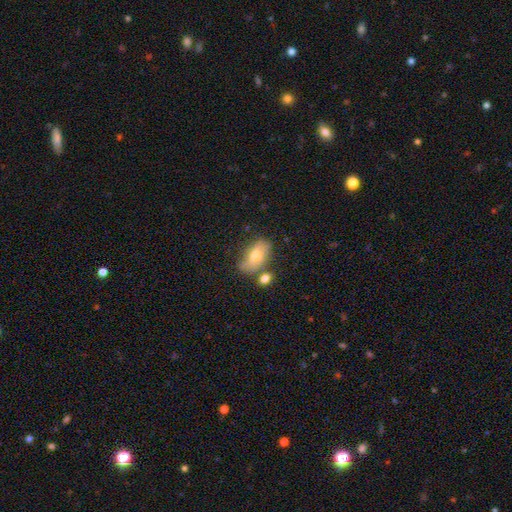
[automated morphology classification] smooth 63%, featured or disk 28%, star or artifact 9%. Down the decision tree: how rounded — in between (87%); merging — none (61%).